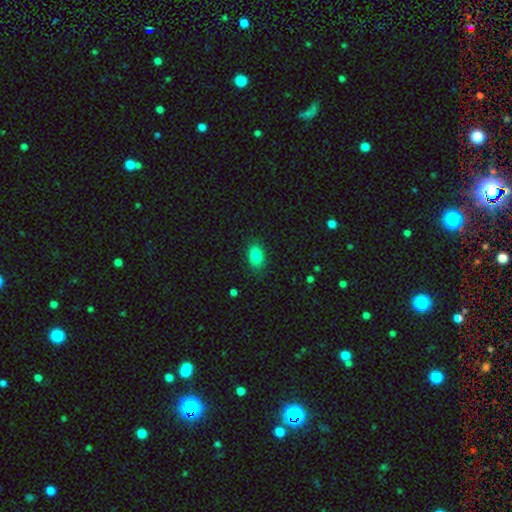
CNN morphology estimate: This is clearly a smooth galaxy (87%). How rounded: clearly in between (88%). Merging: clearly none (84%).